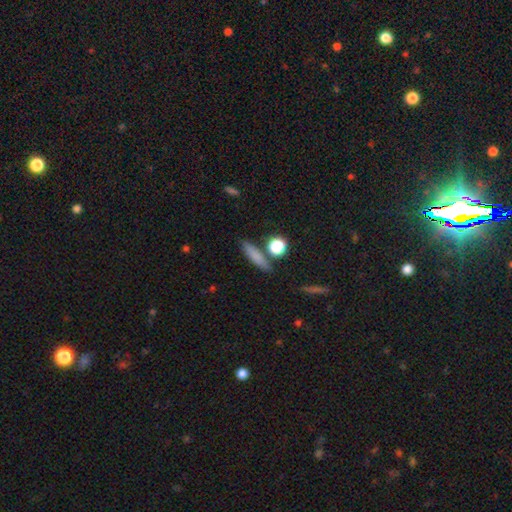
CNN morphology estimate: This appears to be a smooth galaxy with no disk features (77%) that is cigar-shaped (68%). Merging: none (78%).